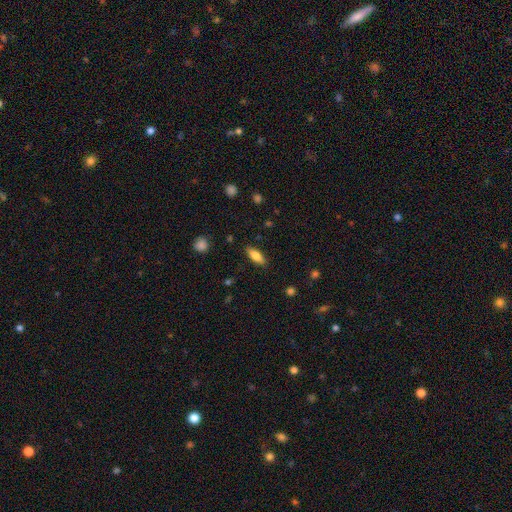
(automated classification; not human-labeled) smooth-or-featured: smooth: 78% | featured or disk: 15% | star or artifact: 7%
  how-rounded: in between: 68% | cigar-shaped: 29% | round: 2%
  merging: none: 86% | minor disturbance: 10% | major disturbance: 2% | merger: 1%